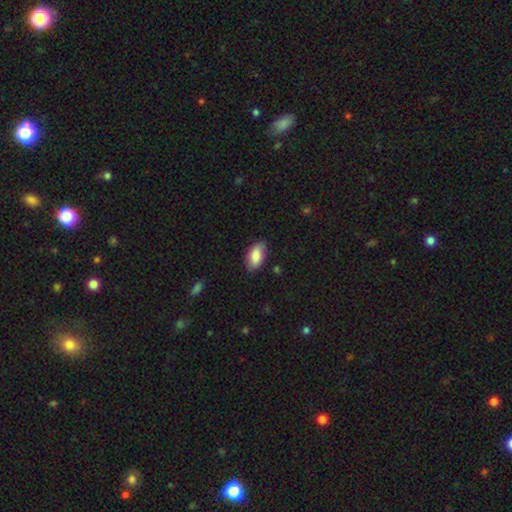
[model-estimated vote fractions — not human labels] Smooth or featured?
  - smooth: 85% *
  - featured or disk: 9%
  - star or artifact: 6%
How rounded?
  - in between: 94% *
  - cigar-shaped: 3%
  - round: 3%
Merging?
  - none: 82% *
  - minor disturbance: 14%
  - major disturbance: 3%
  - merger: 1%